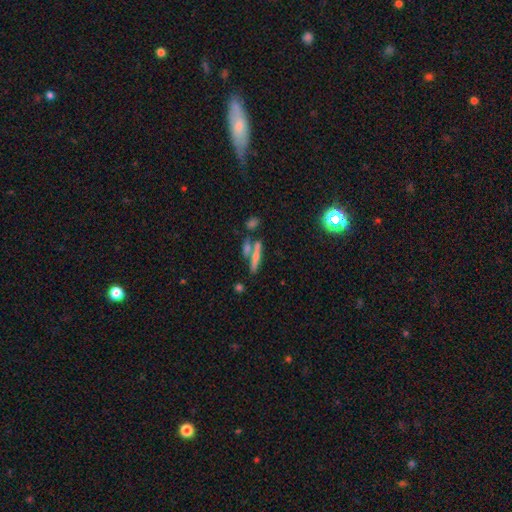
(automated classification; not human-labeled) Smooth or featured?
  - smooth: 55% *
  - featured or disk: 35%
  - star or artifact: 11%
How rounded?
  - cigar-shaped: 79% *
  - in between: 17%
  - round: 4%
Merging?
  - none: 57% *
  - merger: 28%
  - minor disturbance: 10%
  - major disturbance: 5%